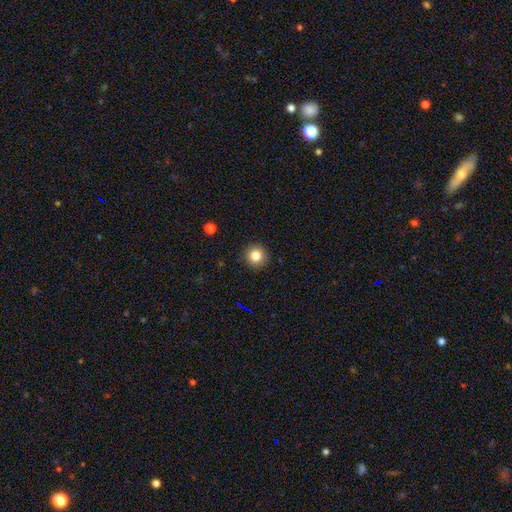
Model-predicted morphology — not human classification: Smooth or featured? smooth (82%)
How rounded? round (95%)
Merging? none (92%)